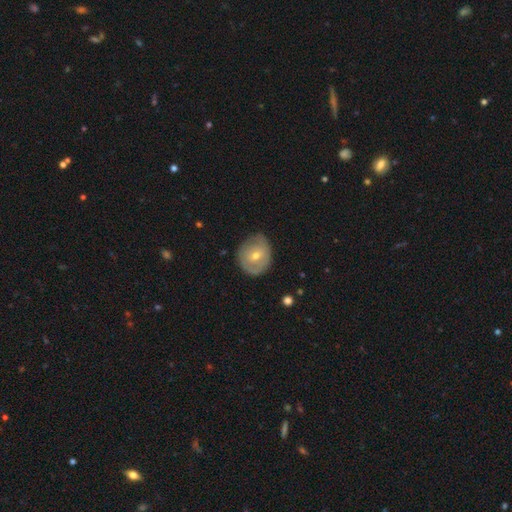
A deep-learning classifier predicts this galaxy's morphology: A featured or disk galaxy (50%). Merging: none (70%).